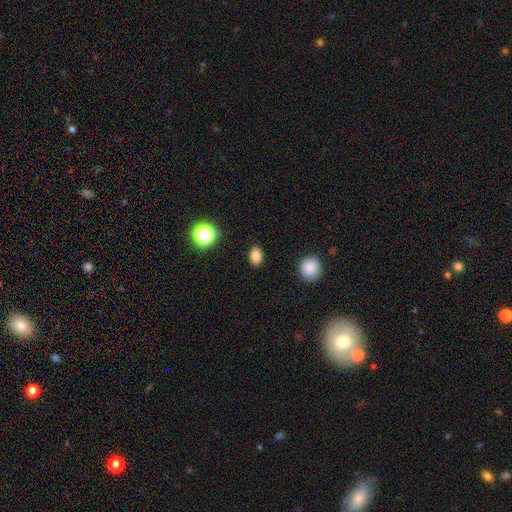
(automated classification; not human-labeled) This is clearly a smooth galaxy (83%). How rounded: likely in between (78%). Merging: clearly none (88%).